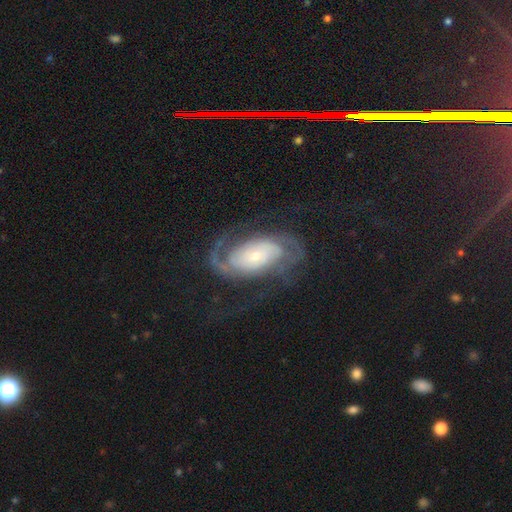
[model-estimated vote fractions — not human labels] smooth_or_featured: featured or disk (p=0.84) [alt: smooth p=0.10]
disk_edge_on: no (p=0.96) [alt: yes p=0.04]
bar: no (p=0.64) [alt: weak p=0.24]
has_spiral_arms: yes (p=0.94) [alt: no p=0.06]
spiral_winding: medium (p=0.41) [alt: tight p=0.37]
spiral_arm_count: 2 (p=0.72) [alt: can't tell p=0.12]
bulge_size: small (p=0.63) [alt: moderate p=0.27]
merging: none (p=0.63) [alt: major disturbance p=0.20]